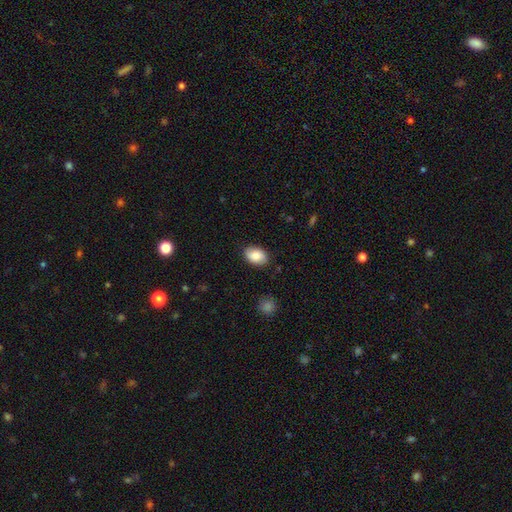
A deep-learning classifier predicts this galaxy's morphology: A smooth galaxy with no disk features (82%) that is in between round and cigar-shaped (86%).

Vote fractions:
- Smooth or featured? smooth: 82% / featured or disk: 11% / star or artifact: 7%
- How rounded? in between: 86% / round: 13% / cigar-shaped: 1%
- Merging? none: 85% / minor disturbance: 11% / major disturbance: 2% / merger: 1%